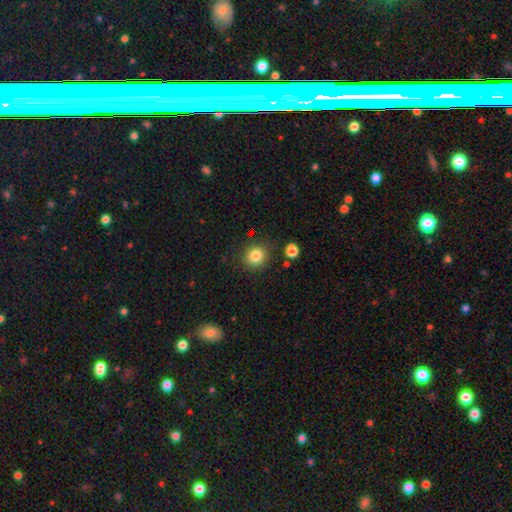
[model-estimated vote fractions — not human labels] smooth_or_featured: smooth (p=0.83) [alt: star or artifact p=0.11]
how_rounded: round (p=0.86) [alt: in between p=0.13]
merging: none (p=0.87) [alt: minor disturbance p=0.08]